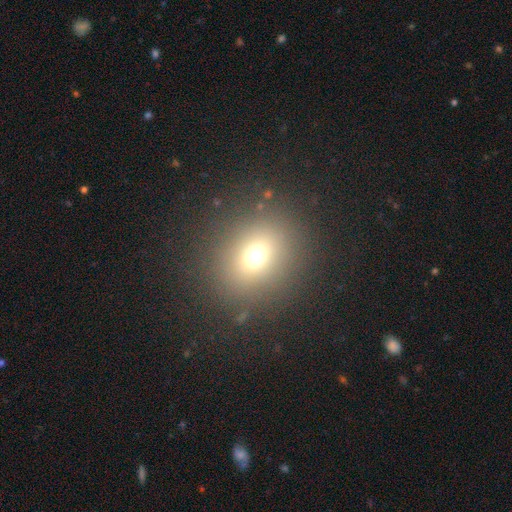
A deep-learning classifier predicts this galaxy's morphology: Smooth or featured: smooth — 69% (star or artifact — 19%)
How rounded: round — 68% (in between — 31%)
Merging: none — 85% (minor disturbance — 8%)